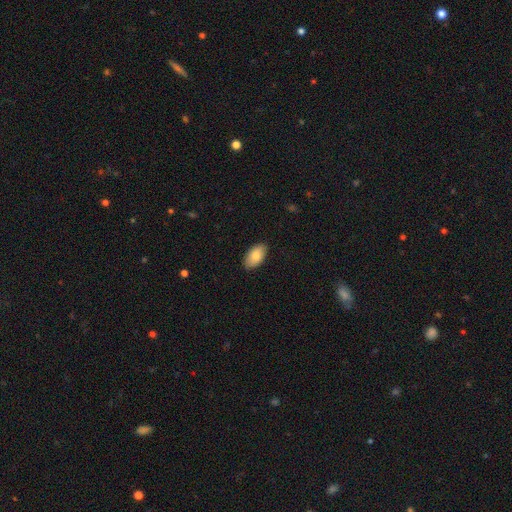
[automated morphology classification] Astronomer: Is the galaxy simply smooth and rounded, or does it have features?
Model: smooth — 82%.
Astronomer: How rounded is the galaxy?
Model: in between — 94%.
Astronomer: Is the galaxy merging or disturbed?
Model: none — 88%.